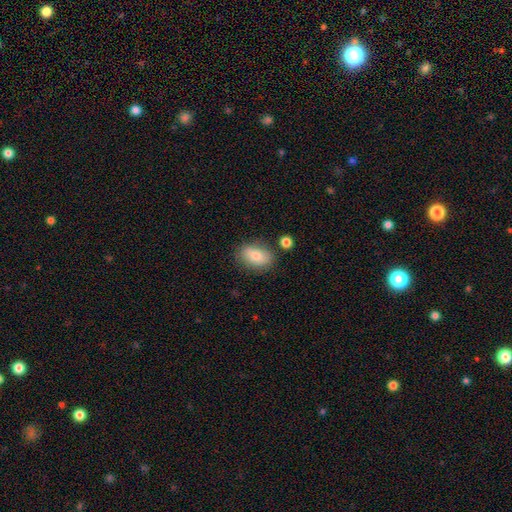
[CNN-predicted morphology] This is likely a smooth galaxy (79%). How rounded: clearly in between (89%). Merging: likely none (80%).